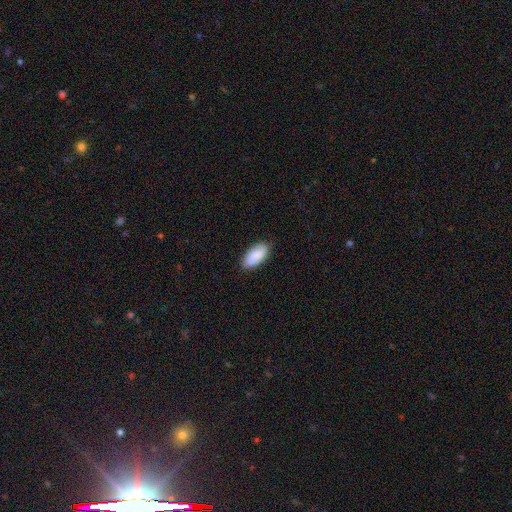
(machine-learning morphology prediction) smooth_or_featured: smooth (p=0.82) [alt: featured or disk p=0.12]
how_rounded: in between (p=0.92) [alt: cigar-shaped p=0.06]
merging: none (p=0.84) [alt: minor disturbance p=0.13]